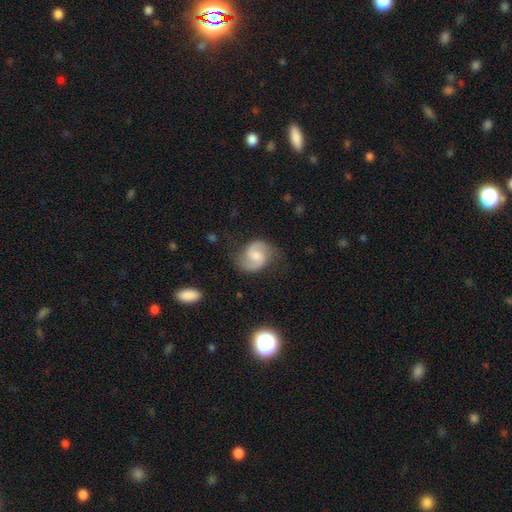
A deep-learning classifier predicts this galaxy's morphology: Overall: featured or disk (79%). Edge-on disk: no (98%). Bar: weak (50%; no 40%). Spiral arms: yes (96%). Spiral arm count: 2 (92%). Spiral winding: medium (51%; loose 34%). Bulge size: moderate (48%; small 39%). Merging: none (74%).